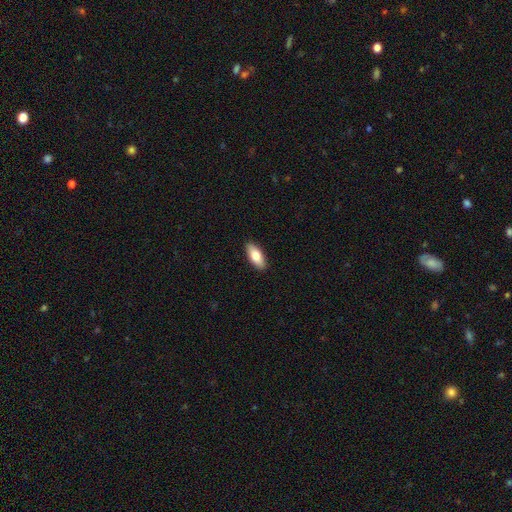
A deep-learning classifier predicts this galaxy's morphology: Smooth or featured: smooth — 79% (featured or disk — 15%)
How rounded: in between — 83% (cigar-shaped — 15%)
Merging: none — 90% (minor disturbance — 8%)